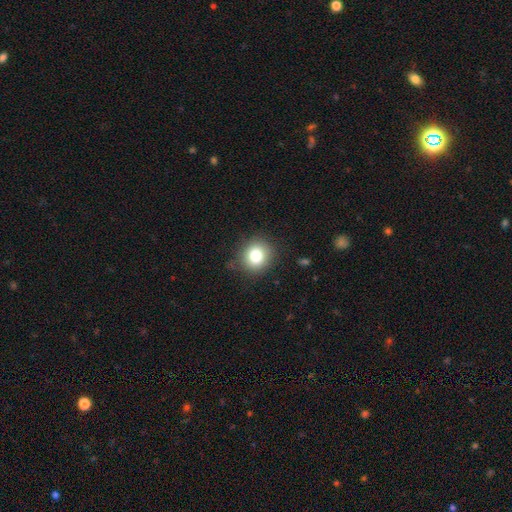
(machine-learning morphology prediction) smooth 80%, star or artifact 11%, featured or disk 9%. Down the decision tree: how rounded — round (84%); merging — none (85%).